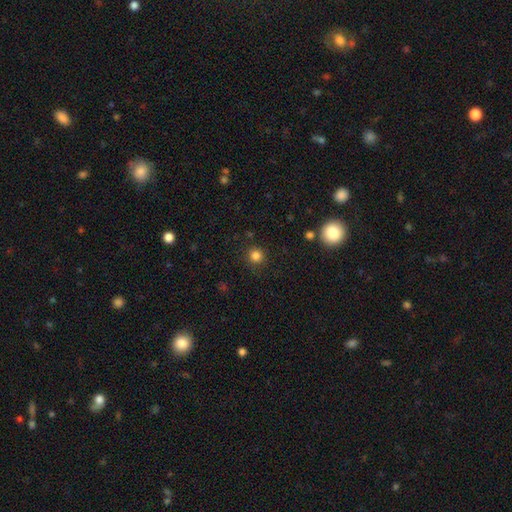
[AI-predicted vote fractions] smooth-or-featured: smooth: 83% | star or artifact: 13% | featured or disk: 4%
  how-rounded: round: 93% | in between: 6% | cigar-shaped: 1%
  merging: none: 88% | minor disturbance: 7% | major disturbance: 3% | merger: 2%